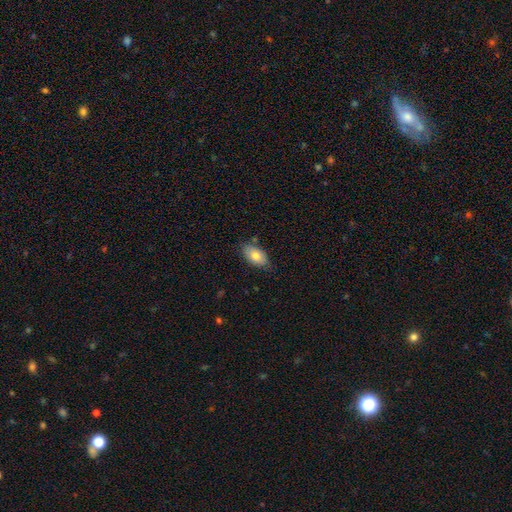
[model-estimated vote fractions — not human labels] Smooth or featured? smooth (78%)
How rounded? in between (93%)
Merging? none (75%)